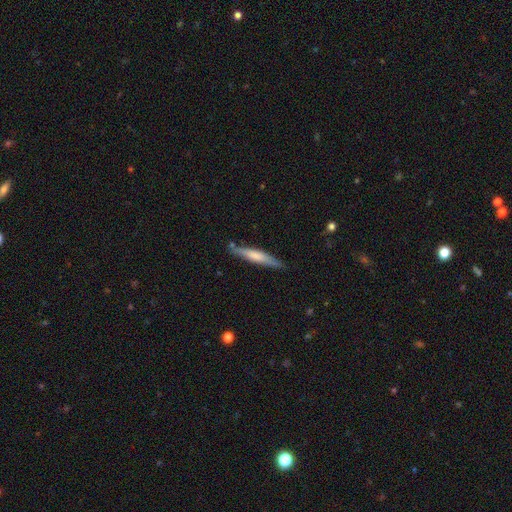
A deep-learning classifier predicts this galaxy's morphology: Smooth or featured? smooth (58%)
How rounded? cigar-shaped (91%)
Merging? none (82%)